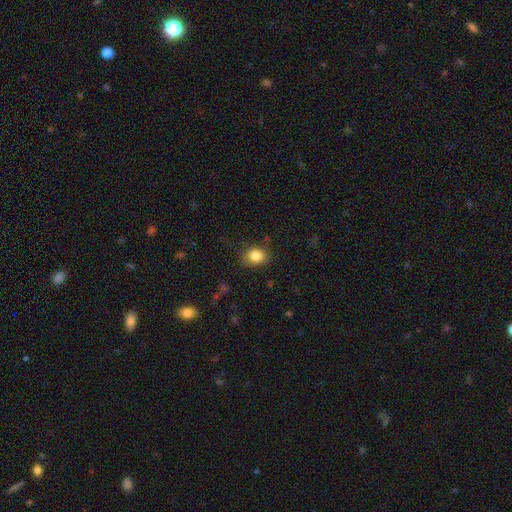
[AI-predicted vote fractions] Smooth or featured: smooth — 85% (star or artifact — 9%)
How rounded: round — 52% (in between — 47%)
Merging: none — 77% (minor disturbance — 17%)